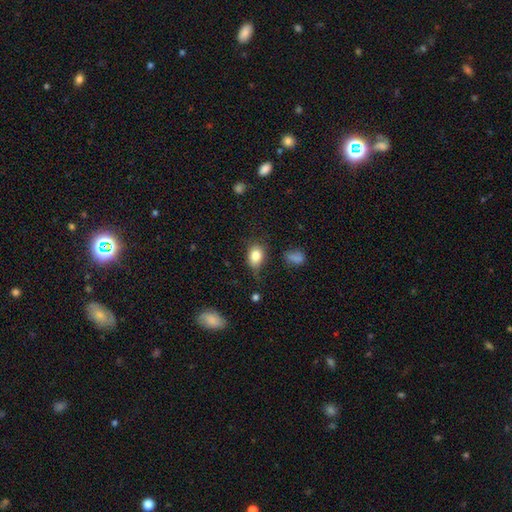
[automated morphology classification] Smooth or featured?
  - smooth: 82% *
  - star or artifact: 9%
  - featured or disk: 9%
How rounded?
  - in between: 68% *
  - round: 31%
  - cigar-shaped: 2%
Merging?
  - none: 53% *
  - minor disturbance: 31%
  - major disturbance: 12%
  - merger: 3%